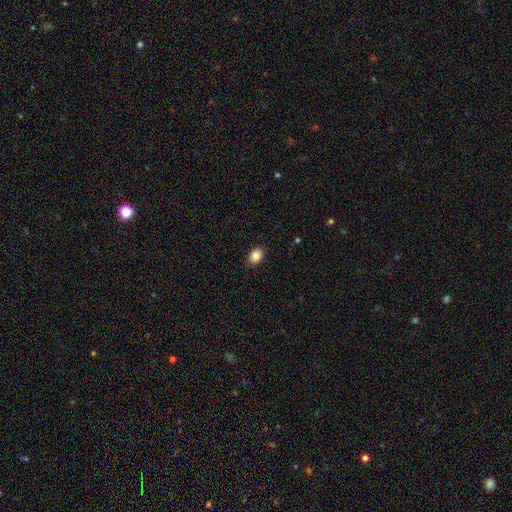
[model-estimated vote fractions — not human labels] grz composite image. It shows a smooth galaxy with no disk features (86%) that is in between round and cigar-shaped (73%). Merging: none (87%).